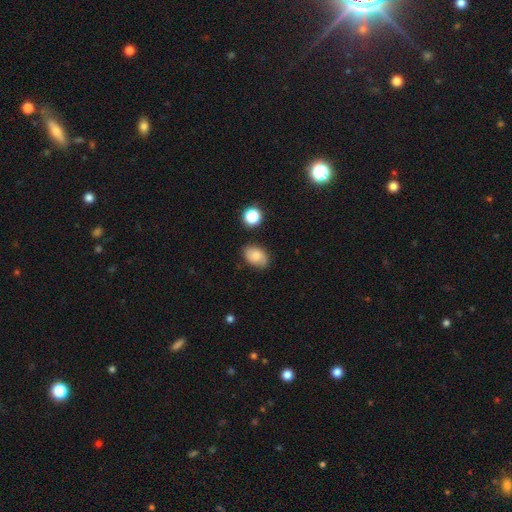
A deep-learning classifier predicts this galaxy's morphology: Smooth or featured?
  - smooth: 72% *
  - featured or disk: 18%
  - star or artifact: 10%
How rounded?
  - in between: 83% *
  - round: 16%
  - cigar-shaped: 1%
Merging?
  - none: 77% *
  - minor disturbance: 17%
  - major disturbance: 4%
  - merger: 2%